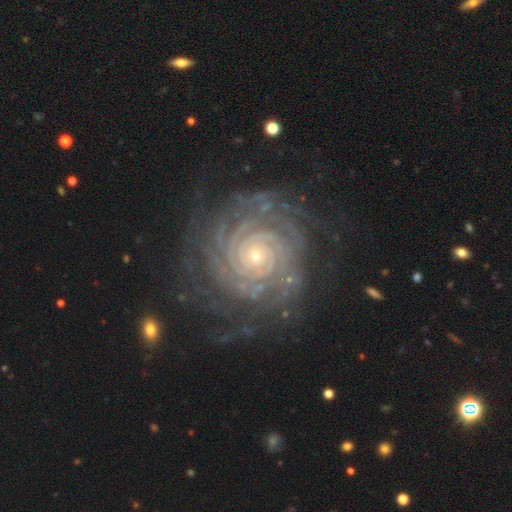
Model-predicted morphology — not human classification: A featured or disk galaxy (91%) with no bar (77%), can't tell (21%, tied with more than 4) tight (88%) spiral arms (98%) and a small central bulge (77%). Merging: none (76%).